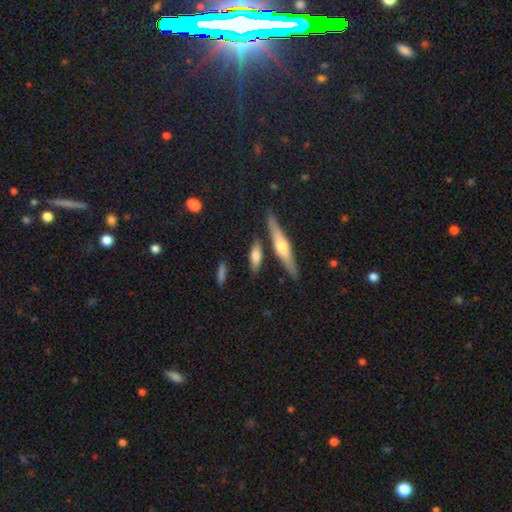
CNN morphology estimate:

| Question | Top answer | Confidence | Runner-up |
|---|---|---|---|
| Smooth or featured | smooth | 56% | featured or disk (37%) |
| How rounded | cigar-shaped | 62% | in between (34%) |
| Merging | none | 76% | minor disturbance (12%) |